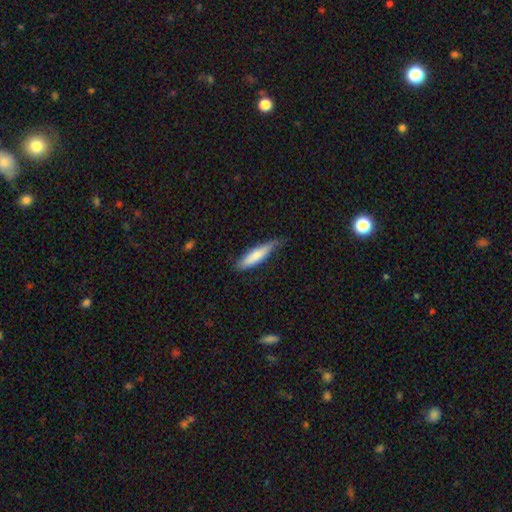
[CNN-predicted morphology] A smooth galaxy with no disk features (77%) that is cigar-shaped (78%).

Vote fractions:
- Smooth or featured? smooth: 77% / featured or disk: 18% / star or artifact: 5%
- How rounded? cigar-shaped: 78% / in between: 21% / round: 1%
- Merging? none: 64% / minor disturbance: 29% / major disturbance: 5% / merger: 2%